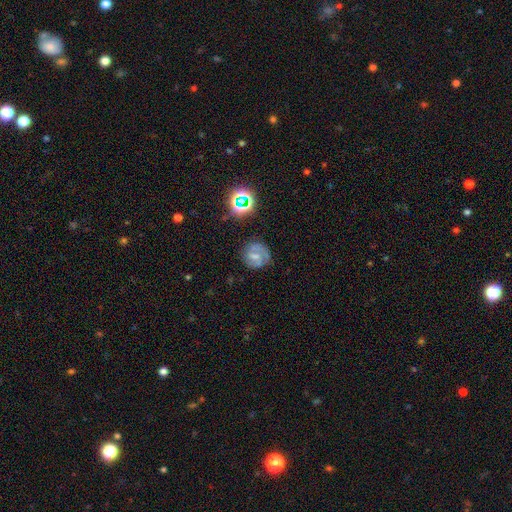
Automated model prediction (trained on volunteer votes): This appears to be a featured or disk galaxy (62%) with a weak bar (48%), 2 (59%) tight (44%) spiral arms (88%) and a small central bulge (45%). Merging: none (69%).